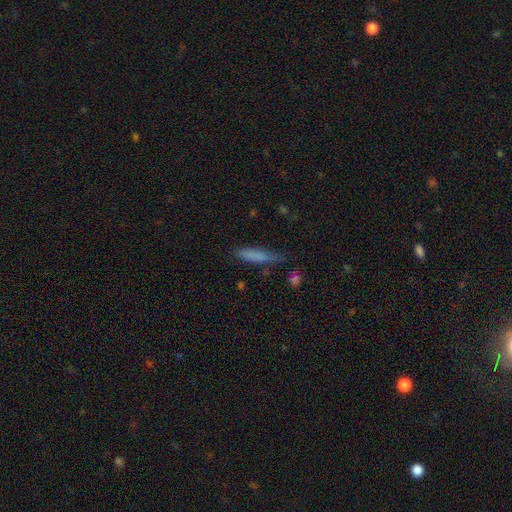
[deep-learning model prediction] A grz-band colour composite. It shows a smooth galaxy with no disk features (77%) that is cigar-shaped (81%). Merging: none (67%).